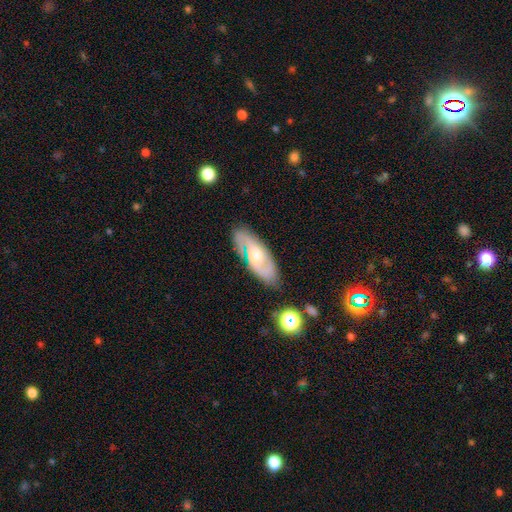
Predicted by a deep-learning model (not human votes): Smooth or featured: featured or disk — 72% (smooth — 22%)
Edge-on disk: no — 87% (yes — 13%)
Bar: no — 59% (weak — 34%)
Spiral arms: yes — 87% (no — 13%)
Spiral winding: medium — 46% (tight — 37%)
Spiral arm count: 2 — 74% (can't tell — 17%)
Bulge size: moderate — 58% (small — 33%)
Merging: none — 81% (minor disturbance — 13%)